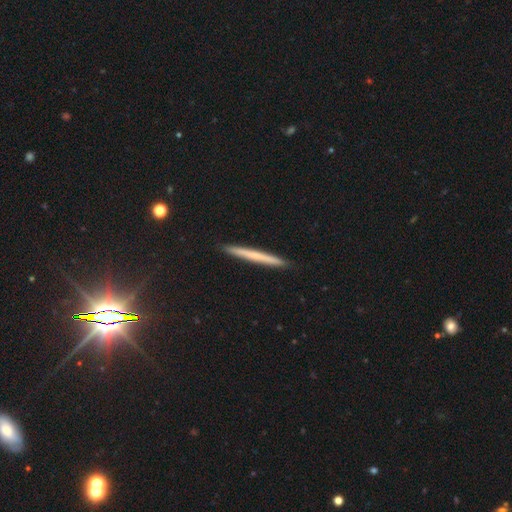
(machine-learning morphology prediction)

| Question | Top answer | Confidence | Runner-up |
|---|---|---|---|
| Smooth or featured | smooth | 48% | featured or disk (45%) |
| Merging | none | 92% | minor disturbance (5%) |